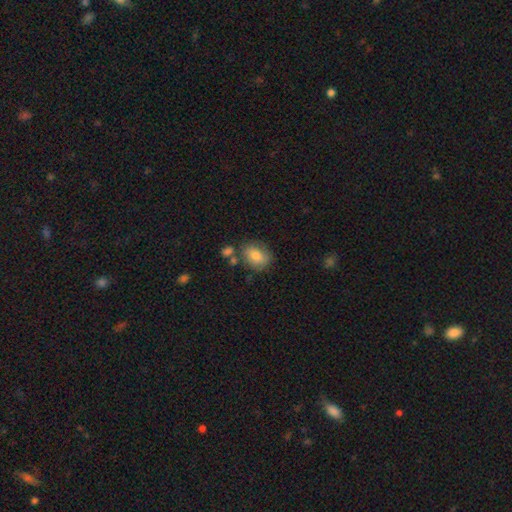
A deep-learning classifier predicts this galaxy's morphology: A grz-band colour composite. It shows a smooth galaxy with no disk features (80%) that is in between round and cigar-shaped (69%). Merging: none (67%).